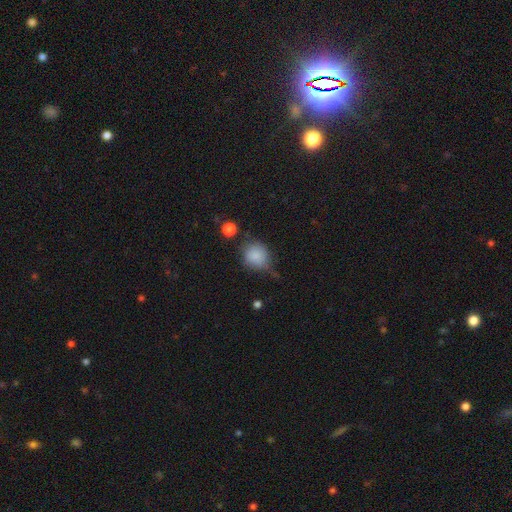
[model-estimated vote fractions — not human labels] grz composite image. It shows a smooth galaxy with no disk features (85%) that is round (78%). Merging: none (60%).